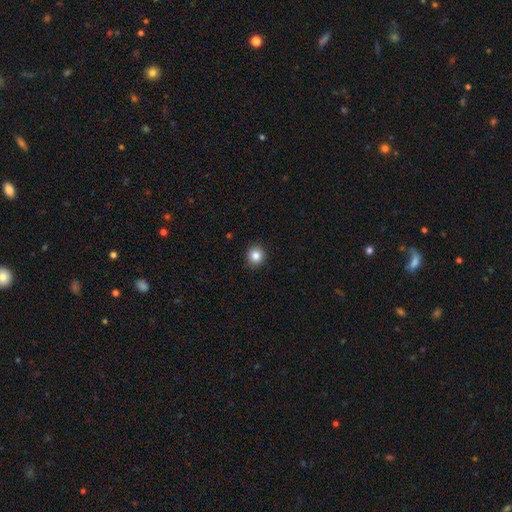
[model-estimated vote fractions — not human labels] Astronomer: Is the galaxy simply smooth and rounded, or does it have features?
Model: smooth — 84%.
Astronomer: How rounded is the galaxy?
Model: round — 91%.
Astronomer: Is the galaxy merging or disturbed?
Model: none — 92%.